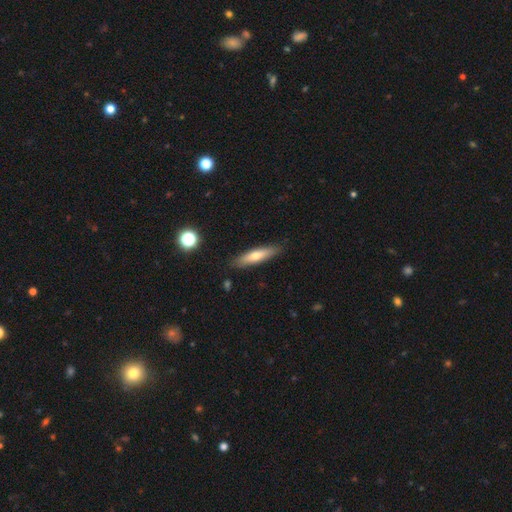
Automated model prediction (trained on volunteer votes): Overall: smooth (60%; featured or disk 33%). How rounded: cigar-shaped (76%). Merging: none (87%).